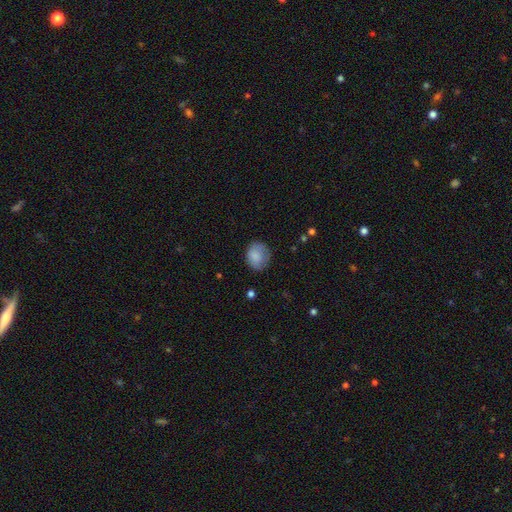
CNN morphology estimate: smooth_or_featured: smooth (p=0.82) [alt: featured or disk p=0.11]
how_rounded: round (p=0.65) [alt: in between p=0.35]
merging: none (p=0.67) [alt: minor disturbance p=0.23]